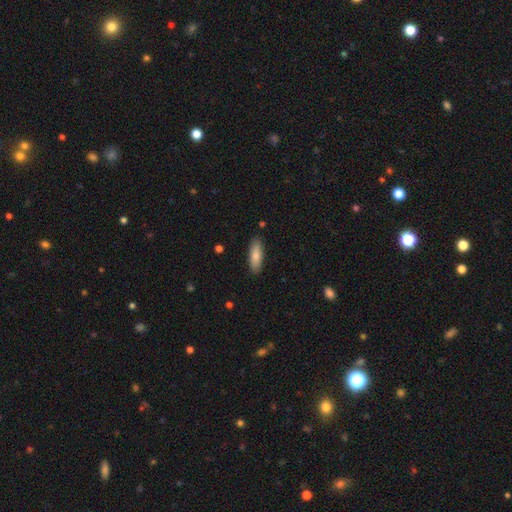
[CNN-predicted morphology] Smooth or featured? Predicted: smooth (p=0.81). How rounded? Predicted: in between (p=0.59). Merging? Predicted: none (p=0.87).